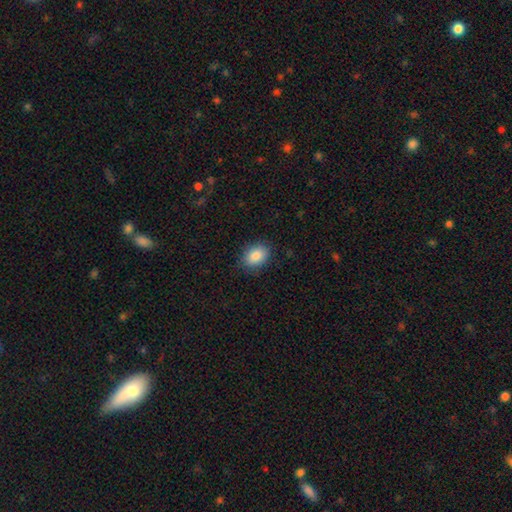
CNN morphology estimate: Q: Smooth or featured?
A: smooth (86%); runner-up: star or artifact (8%)
Q: How rounded?
A: in between (75%); runner-up: round (24%)
Q: Merging?
A: none (85%); runner-up: minor disturbance (12%)